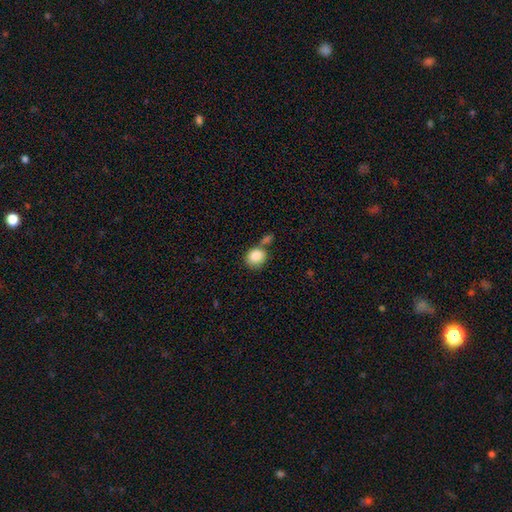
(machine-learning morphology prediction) The model was most divided on "merging": none: 57%, merger: 24%, minor disturbance: 14%, major disturbance: 5%. More confident: smooth or featured — smooth (86%); how rounded — round (79%).